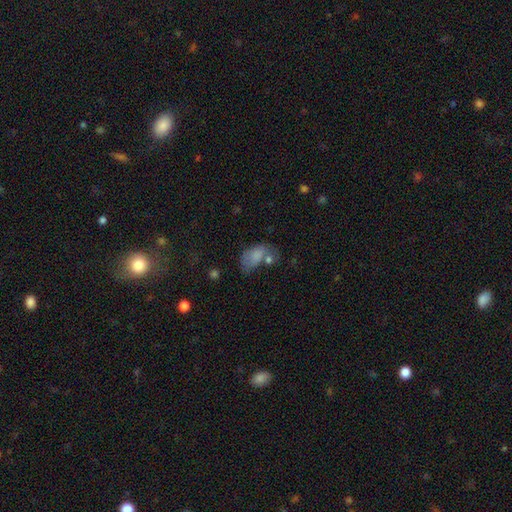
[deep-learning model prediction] Overall: smooth (73%). How rounded: in between (90%). Merging: none (31%; merger 27%).